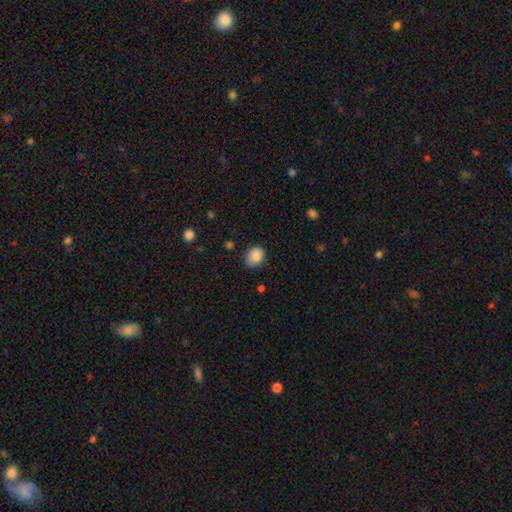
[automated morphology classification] This appears to be a smooth galaxy with no disk features (87%) that is in between round and cigar-shaped (53%). Merging: none (76%).